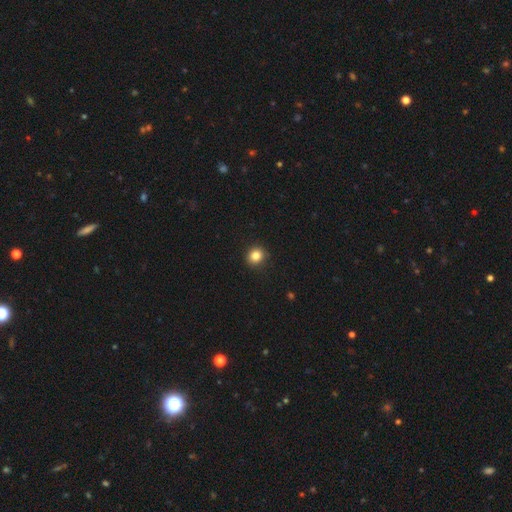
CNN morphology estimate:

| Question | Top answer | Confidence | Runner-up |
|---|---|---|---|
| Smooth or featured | smooth | 85% | star or artifact (11%) |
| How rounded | round | 82% | in between (17%) |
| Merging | none | 91% | minor disturbance (7%) |